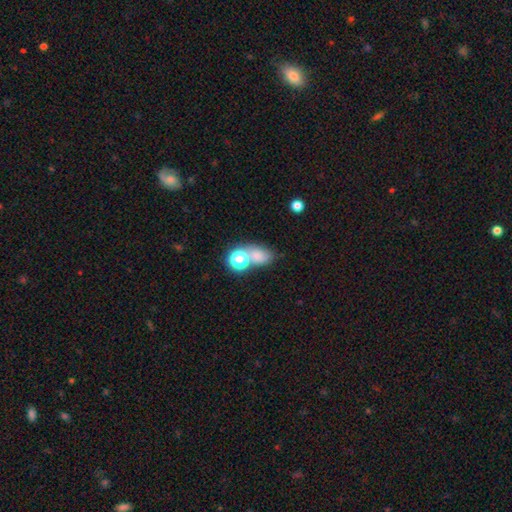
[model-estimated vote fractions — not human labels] The model was most divided on "merging": none: 46%, merger: 32%, minor disturbance: 14%, major disturbance: 8%. More confident: smooth or featured — smooth (69%); how rounded — in between (65%).